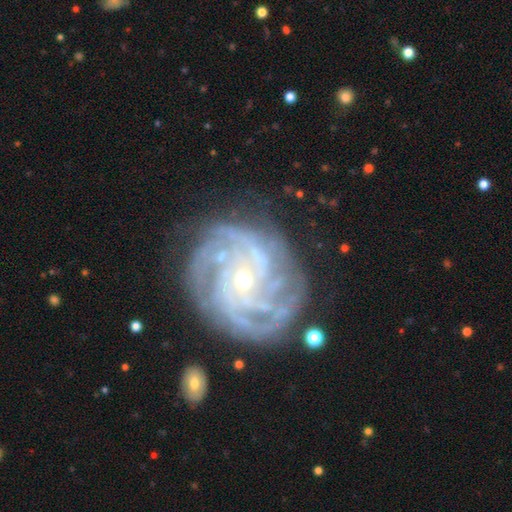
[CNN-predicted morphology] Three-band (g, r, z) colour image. It shows a featured or disk galaxy (91%) with no bar (67%), 4 (27%) tight (71%) spiral arms (98%) and a small central bulge (69%). Merging: none (78%).